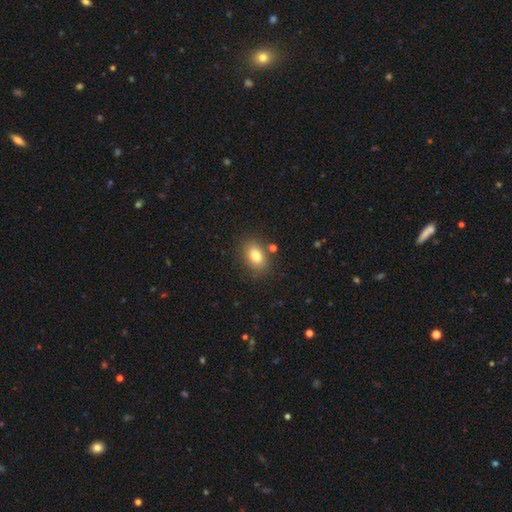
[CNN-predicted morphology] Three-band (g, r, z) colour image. It shows a smooth galaxy with no disk features (81%) that is in between round and cigar-shaped (82%). Merging: none (81%).